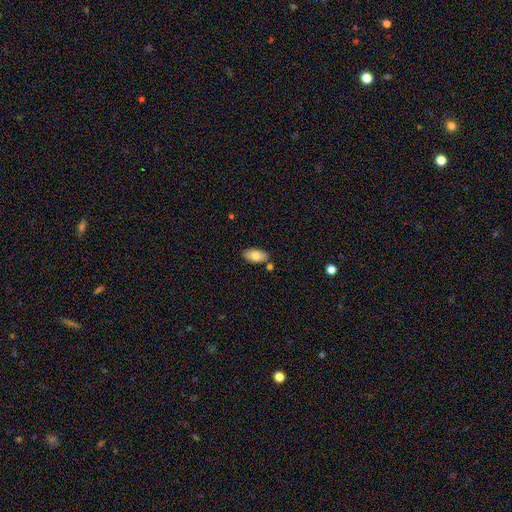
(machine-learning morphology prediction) smooth 78%, featured or disk 15%, star or artifact 7%. Down the decision tree: how rounded — in between (93%); merging — none (78%).